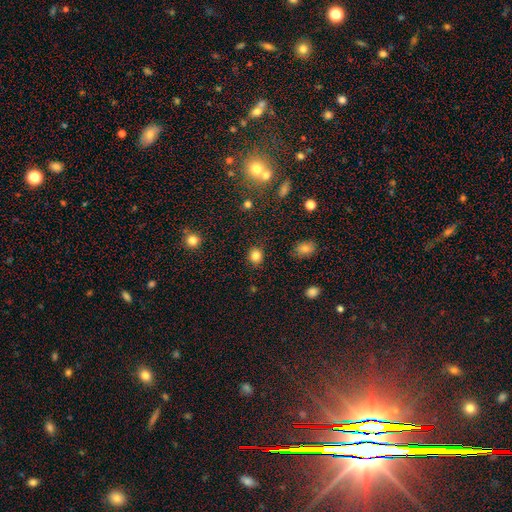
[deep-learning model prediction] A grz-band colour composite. It shows a smooth galaxy with no disk features (83%) that is round (76%). Merging: none (88%).